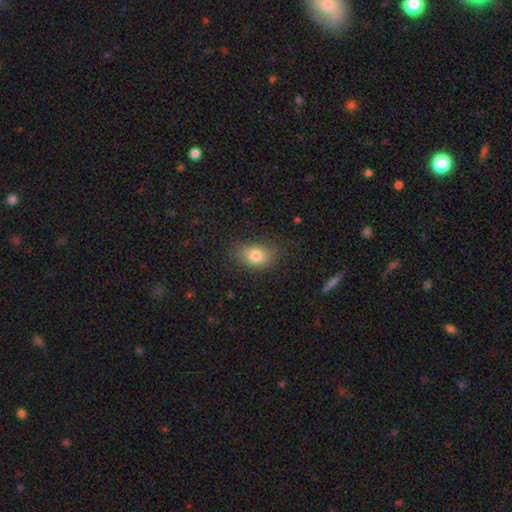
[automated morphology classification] This is clearly a smooth galaxy (80%). How rounded: likely in between (78%). Merging: likely none (79%).